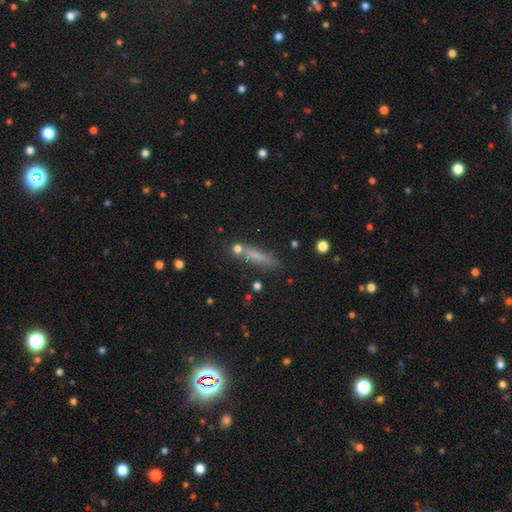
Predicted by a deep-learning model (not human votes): Overall: smooth (67%). How rounded: cigar-shaped (83%). Merging: none (74%).